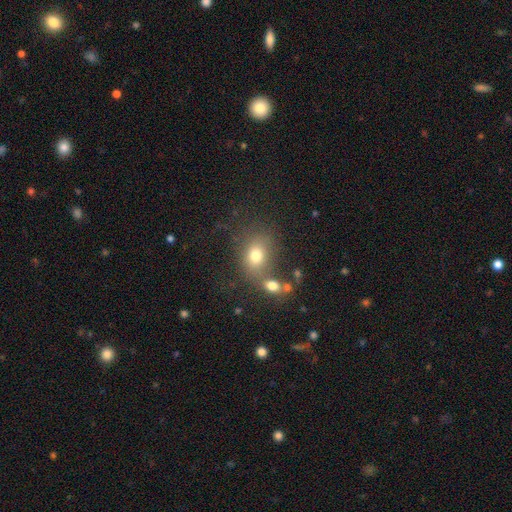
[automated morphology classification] The model was most divided on "how rounded": in between: 56%, round: 42%, cigar-shaped: 1%. More confident: smooth or featured — smooth (75%); merging — none (51%).